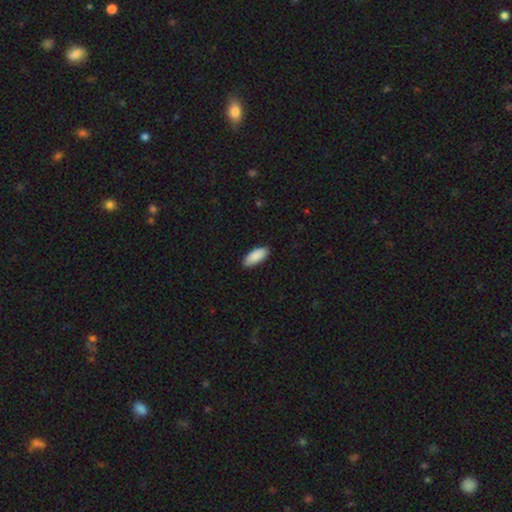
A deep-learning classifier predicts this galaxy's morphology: Smooth or featured: smooth — 90% (star or artifact — 6%)
How rounded: in between — 87% (cigar-shaped — 11%)
Merging: none — 85% (minor disturbance — 12%)